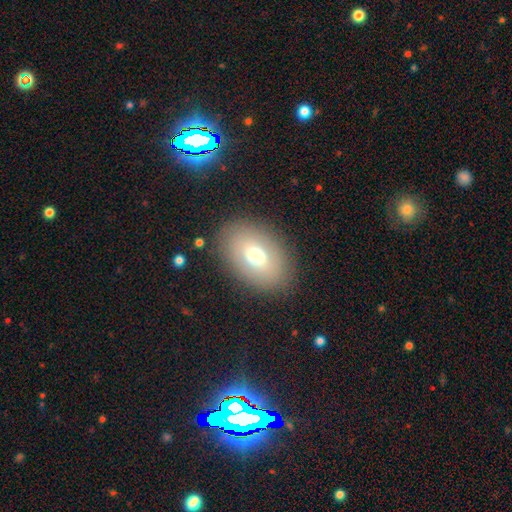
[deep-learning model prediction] Morphology: type=smooth (69%); roundness=in between (85%); merging=none (85%).